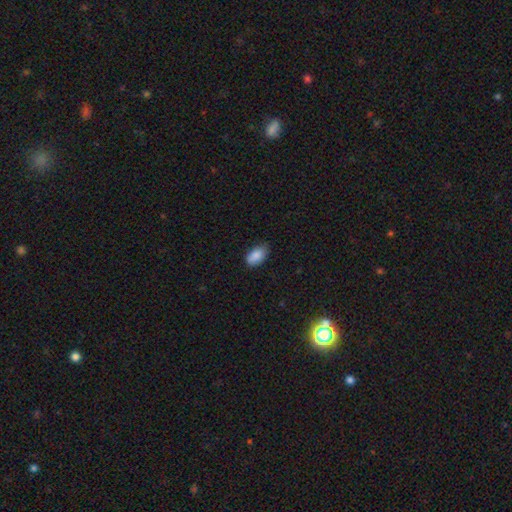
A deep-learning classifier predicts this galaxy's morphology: Smooth or featured? Predicted: smooth (p=0.88). How rounded? Predicted: in between (p=0.92). Merging? Predicted: none (p=0.69).